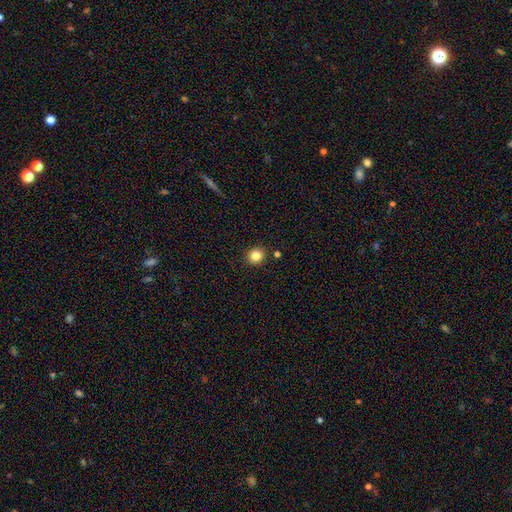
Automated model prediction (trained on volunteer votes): The model was most divided on "smooth or featured": smooth: 83%, star or artifact: 12%, featured or disk: 6%. More confident: merging — none (90%); how rounded — round (88%).